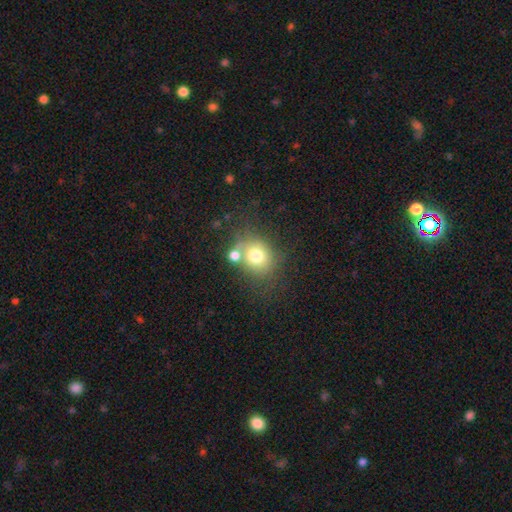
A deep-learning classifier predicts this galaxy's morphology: smooth_or_featured: smooth (p=0.72) [alt: featured or disk p=0.15]
how_rounded: round (p=0.67) [alt: in between p=0.32]
merging: none (p=0.53) [alt: merger p=0.25]